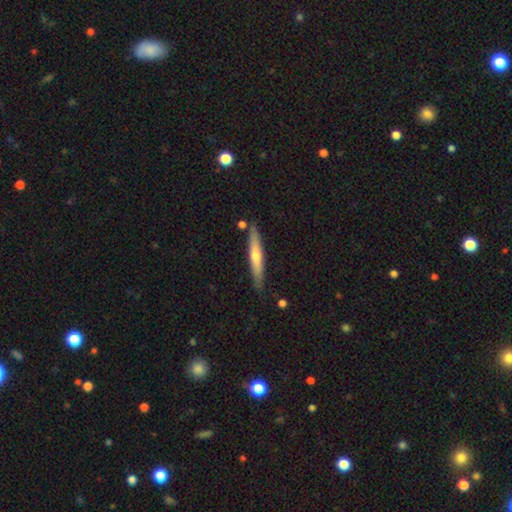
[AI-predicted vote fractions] The model was most divided on "smooth or featured": smooth: 48%, featured or disk: 46%, star or artifact: 6%. More confident: merging — none (84%).